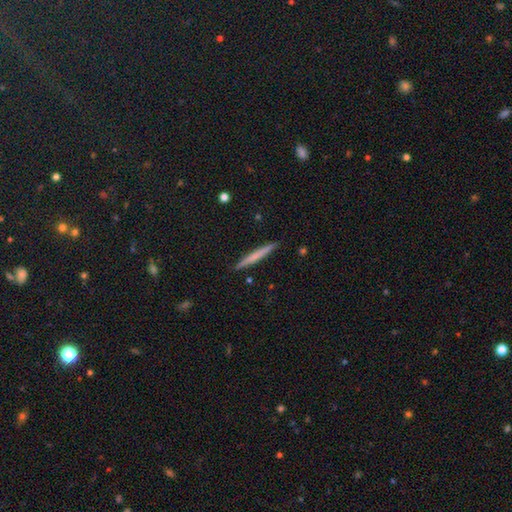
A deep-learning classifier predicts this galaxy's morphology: The model was most divided on "smooth or featured": smooth: 58%, featured or disk: 36%, star or artifact: 6%. More confident: how rounded — cigar-shaped (97%); merging — none (92%).